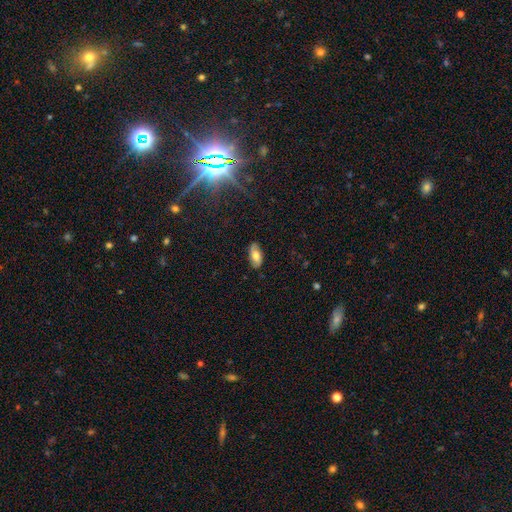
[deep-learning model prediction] The model was most divided on "smooth or featured": smooth: 64%, featured or disk: 28%, star or artifact: 8%. More confident: how rounded — in between (91%); merging — none (83%).